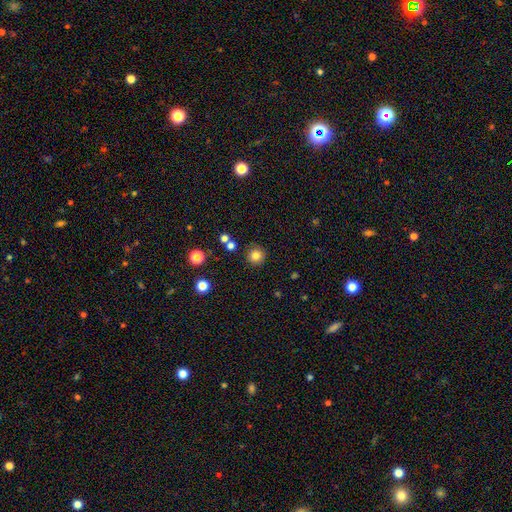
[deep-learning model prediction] A smooth galaxy with no disk features (82%) that is round (94%). Merging: none (89%).